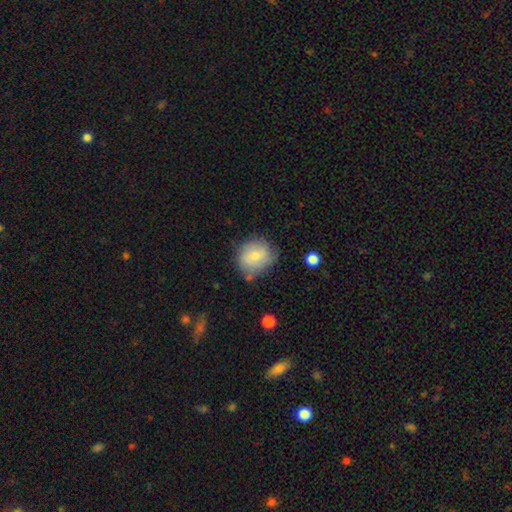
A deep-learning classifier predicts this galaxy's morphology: Overall: smooth (72%). How rounded: round (69%; in between 30%). Merging: none (66%).